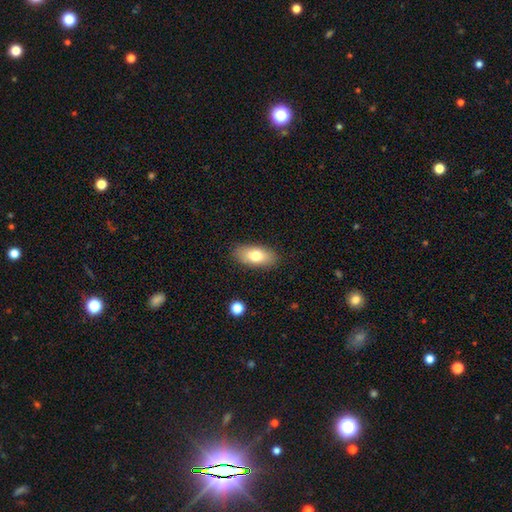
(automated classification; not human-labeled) Q: Smooth or featured?
A: smooth (76%); runner-up: featured or disk (17%)
Q: How rounded?
A: in between (87%); runner-up: cigar-shaped (9%)
Q: Merging?
A: none (87%); runner-up: minor disturbance (10%)